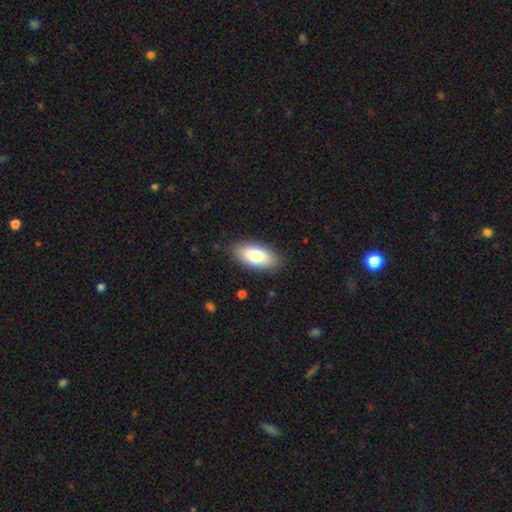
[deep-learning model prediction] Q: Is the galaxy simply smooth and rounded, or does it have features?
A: smooth — 80%.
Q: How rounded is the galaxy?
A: in between — 92%.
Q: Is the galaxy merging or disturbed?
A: none — 87%.